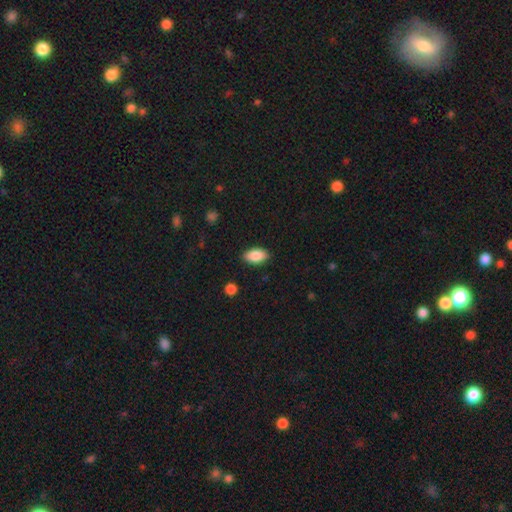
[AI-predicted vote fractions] Morphology: type=smooth (88%); roundness=in between (93%); merging=none (87%).